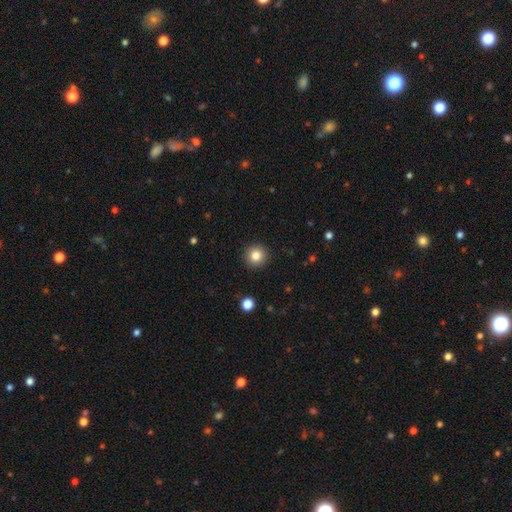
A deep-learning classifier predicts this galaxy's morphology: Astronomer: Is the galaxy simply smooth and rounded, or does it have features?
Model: smooth — 83%.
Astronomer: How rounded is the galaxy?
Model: round — 95%.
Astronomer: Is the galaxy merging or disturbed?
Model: none — 92%.